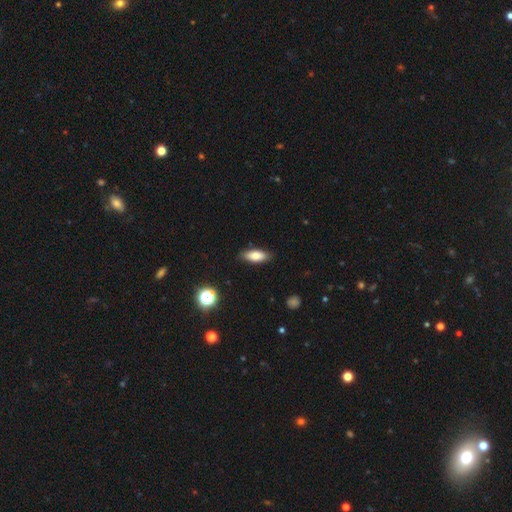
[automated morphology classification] This appears to be a smooth galaxy with no disk features (78%) that is in between round and cigar-shaped (76%). Merging: none (86%).